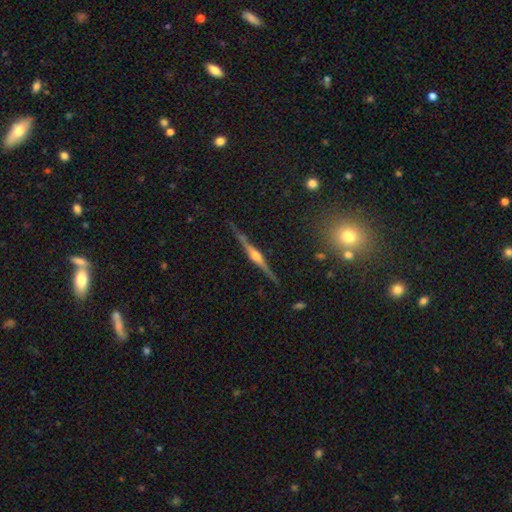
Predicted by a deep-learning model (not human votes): Smooth or featured: featured or disk — 85% (smooth — 8%)
Edge-on disk: yes — 98% (no — 2%)
Edge-on bulge: rounded — 91% (boxy — 6%)
Merging: none — 87% (minor disturbance — 10%)